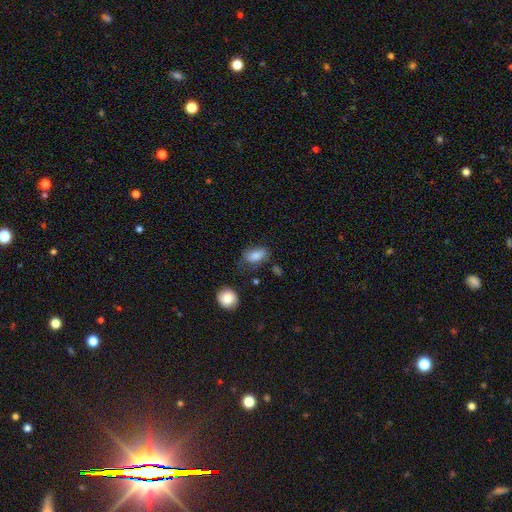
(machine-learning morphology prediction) A smooth galaxy with no disk features (84%) that is in between round and cigar-shaped (88%).

Vote fractions:
- Smooth or featured? smooth: 84% / star or artifact: 8% / featured or disk: 8%
- How rounded? in between: 88% / round: 8% / cigar-shaped: 4%
- Merging? none: 57% / minor disturbance: 27% / major disturbance: 11% / merger: 5%